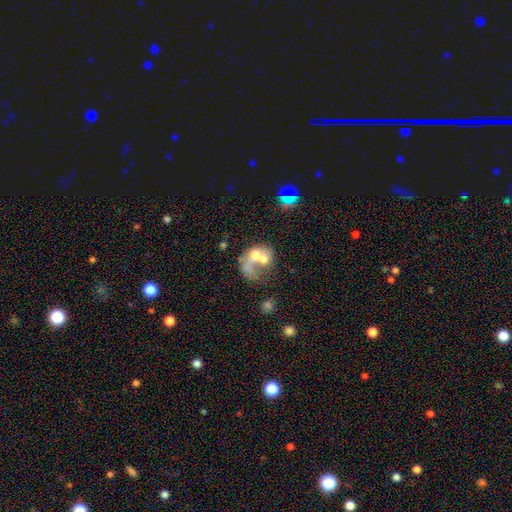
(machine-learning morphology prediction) smooth-or-featured: featured or disk: 46% | smooth: 43% | star or artifact: 11%
  merging: merger: 64% | major disturbance: 16% | none: 13% | minor disturbance: 7%